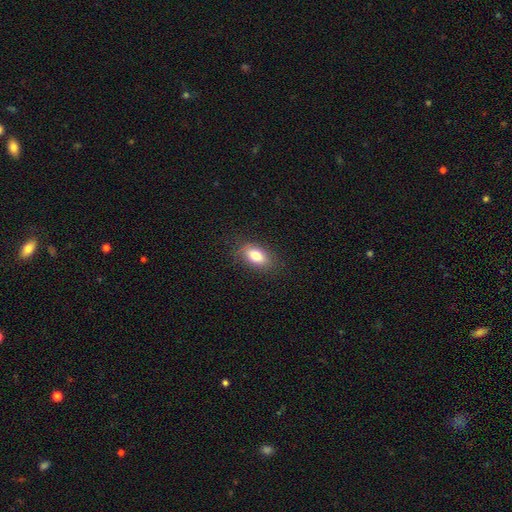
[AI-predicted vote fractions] Smooth or featured? Predicted: smooth (p=0.80). How rounded? Predicted: in between (p=0.86). Merging? Predicted: none (p=0.83).